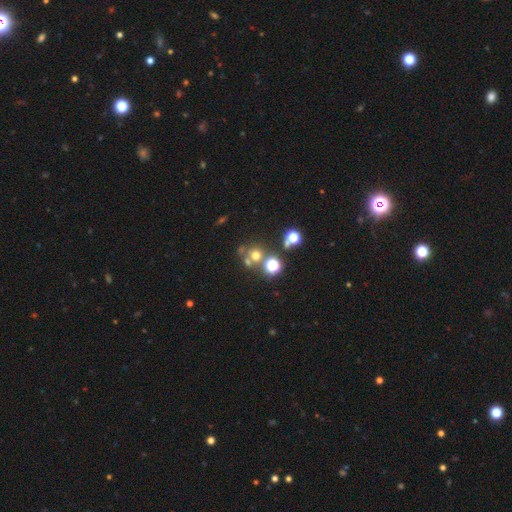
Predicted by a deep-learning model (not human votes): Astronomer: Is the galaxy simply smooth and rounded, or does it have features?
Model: smooth — 56%.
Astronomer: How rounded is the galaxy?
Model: round — 87%.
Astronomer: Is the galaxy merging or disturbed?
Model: none — 59%.